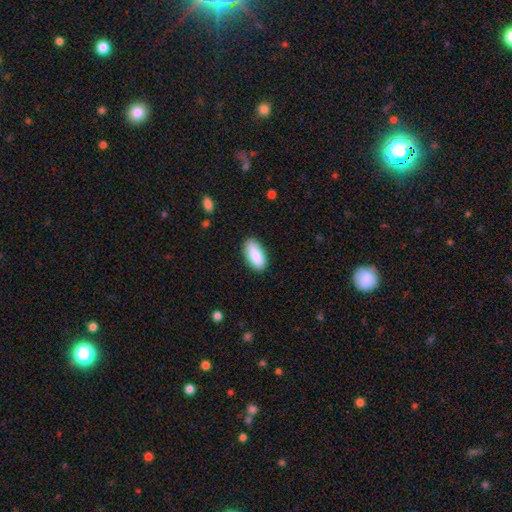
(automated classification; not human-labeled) A smooth galaxy with no disk features (87%) that is in between round and cigar-shaped (88%).

Vote fractions:
- Smooth or featured? smooth: 87% / featured or disk: 6% / star or artifact: 6%
- How rounded? in between: 88% / cigar-shaped: 10% / round: 2%
- Merging? none: 85% / minor disturbance: 11% / major disturbance: 2% / merger: 1%